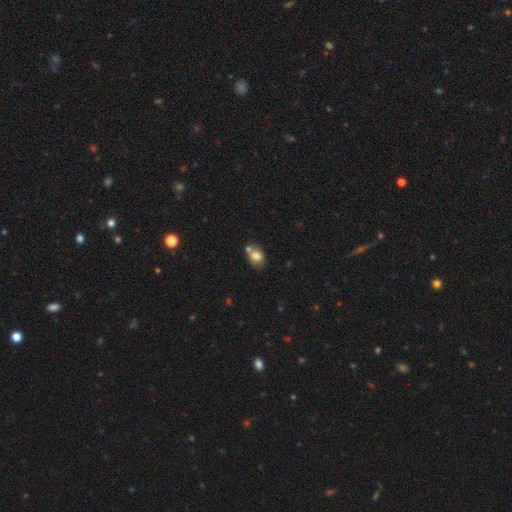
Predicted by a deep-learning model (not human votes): Morphology: type=smooth (74%); roundness=in between (67%); merging=none (48%).